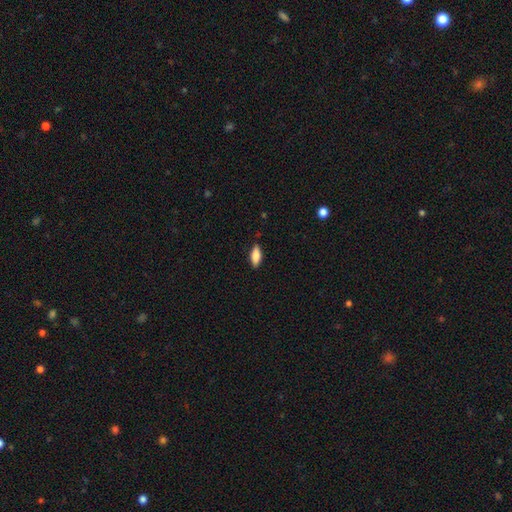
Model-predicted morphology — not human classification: Overall: smooth (81%). How rounded: in between (76%). Merging: none (85%).